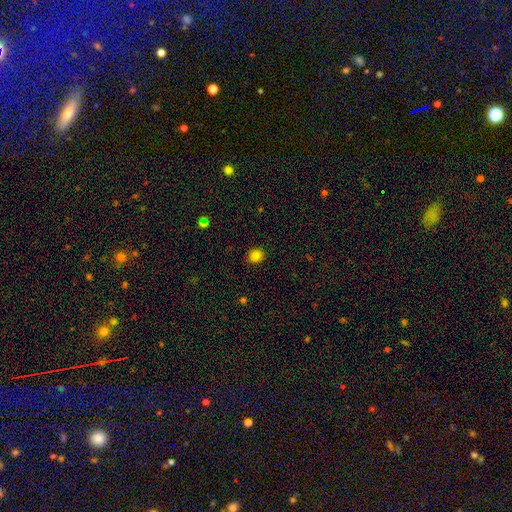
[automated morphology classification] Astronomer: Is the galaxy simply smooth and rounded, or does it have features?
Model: smooth — 82%.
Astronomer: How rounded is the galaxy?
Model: round — 79%.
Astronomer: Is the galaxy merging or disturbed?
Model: none — 90%.